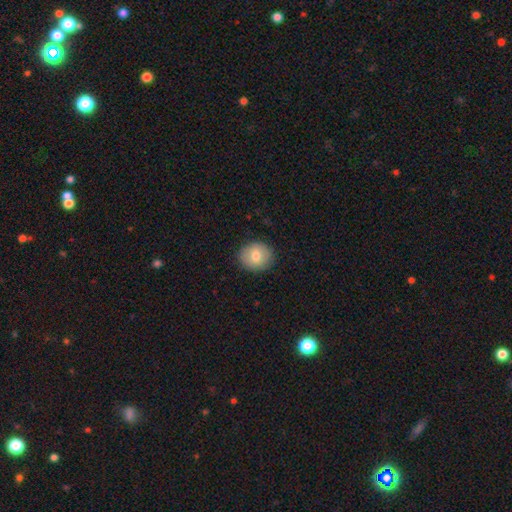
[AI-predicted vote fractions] The model was most divided on "how rounded": round: 78%, in between: 21%, cigar-shaped: 1%. More confident: merging — none (89%); smooth or featured — smooth (76%).